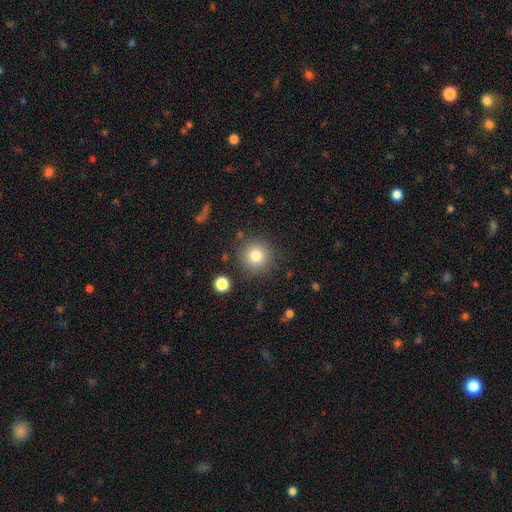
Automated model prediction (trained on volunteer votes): This appears to be a smooth galaxy with no disk features (80%) that is round (94%). Merging: none (86%).